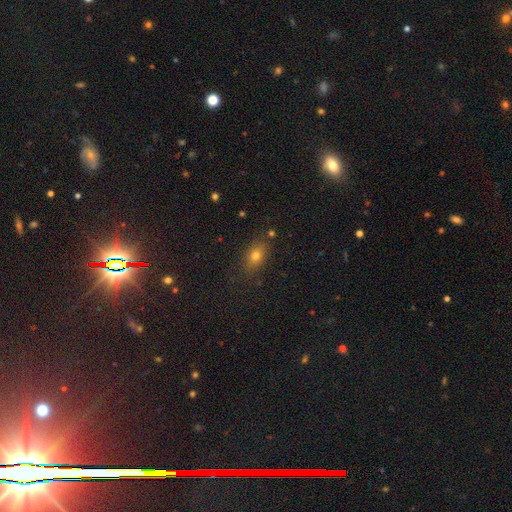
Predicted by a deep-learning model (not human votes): Overall: smooth (72%). How rounded: in between (72%). Merging: none (81%).